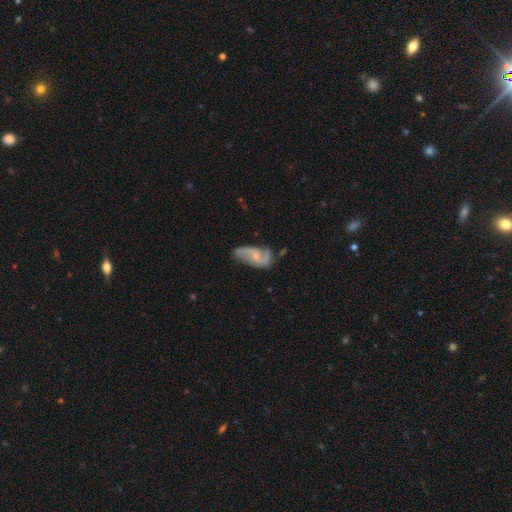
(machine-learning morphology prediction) A featured or disk galaxy (77%) with no bar (47%), 2 (85%) loose (53%) spiral arms (91%) and a small central bulge (59%). Merging: none (55%).